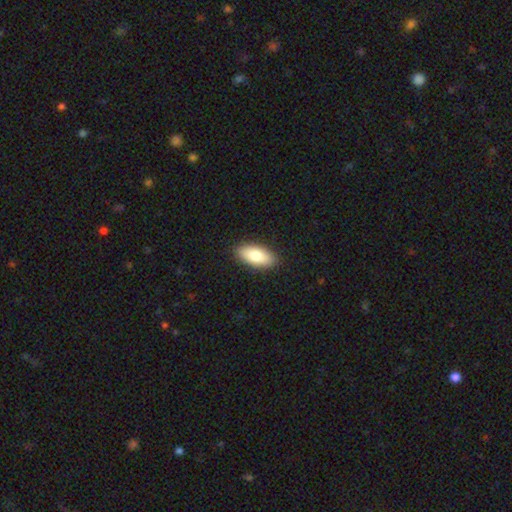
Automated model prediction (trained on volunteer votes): The model was most divided on "smooth or featured": smooth: 81%, featured or disk: 13%, star or artifact: 6%. More confident: merging — none (90%); how rounded — in between (88%).